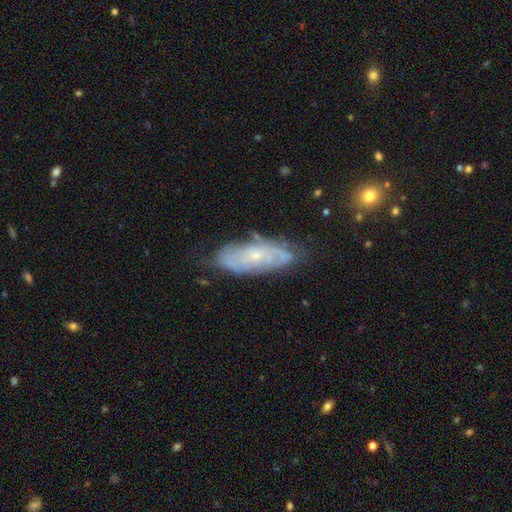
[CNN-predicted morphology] A featured or disk galaxy (67%) with no bar (76%), spiral arms (77%) and a small central bulge (73%). Merging: none (69%).